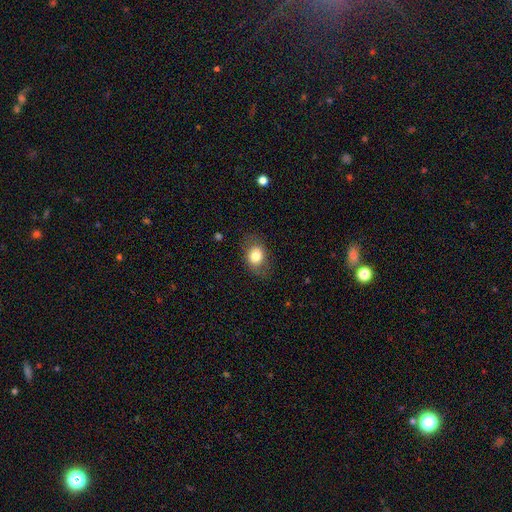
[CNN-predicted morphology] A smooth galaxy with no disk features (79%) that is in between round and cigar-shaped (63%). Merging: none (77%).